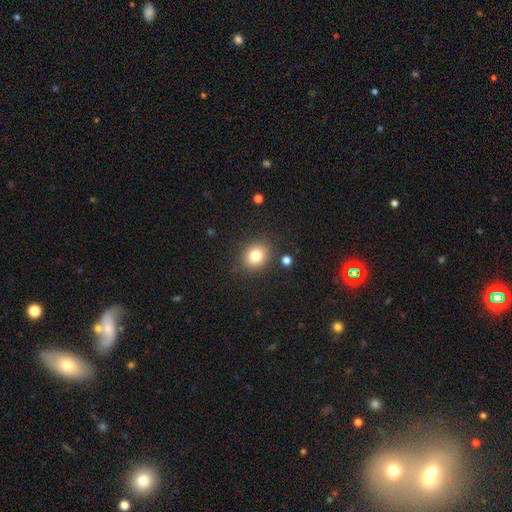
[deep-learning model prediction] This is likely a smooth galaxy (79%). How rounded: likely round (68%). Merging: clearly none (85%).